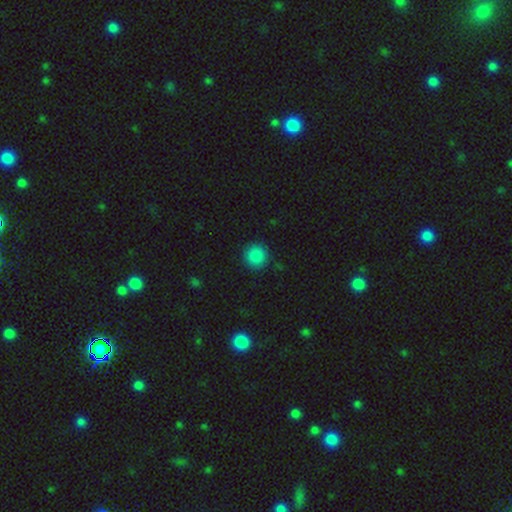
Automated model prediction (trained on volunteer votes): This is clearly a smooth galaxy (87%). How rounded: clearly round (93%). Merging: clearly none (90%).